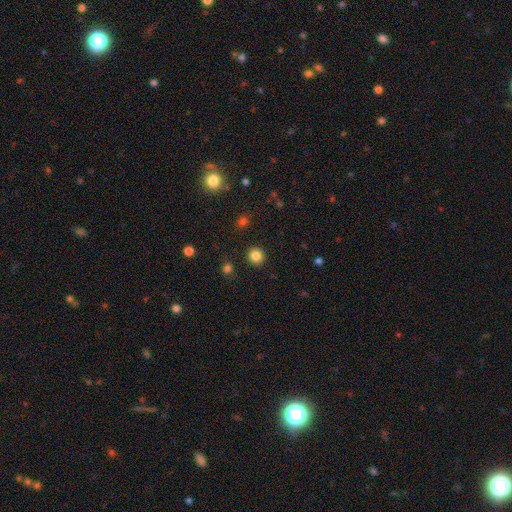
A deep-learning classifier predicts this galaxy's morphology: This appears to be a smooth galaxy with no disk features (84%) that is round (92%). Merging: none (91%).